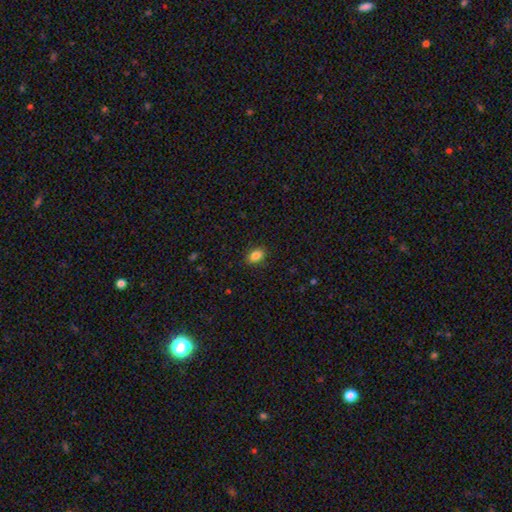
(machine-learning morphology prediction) The model was most divided on "how rounded": in between: 83%, round: 15%, cigar-shaped: 2%. More confident: merging — none (88%); smooth or featured — smooth (86%).